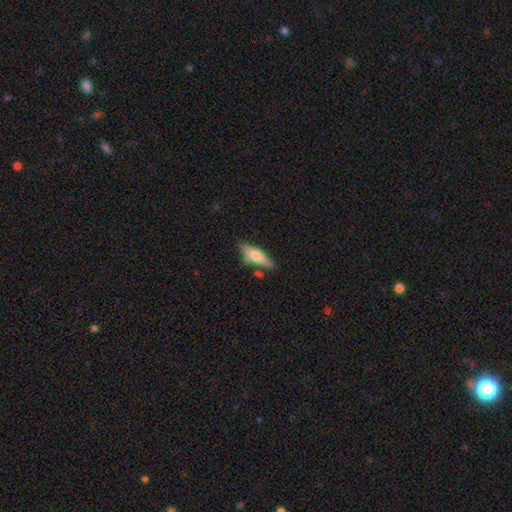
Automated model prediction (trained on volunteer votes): Smooth or featured: smooth — 64% (featured or disk — 30%)
How rounded: cigar-shaped — 56% (in between — 42%)
Merging: none — 69% (minor disturbance — 19%)